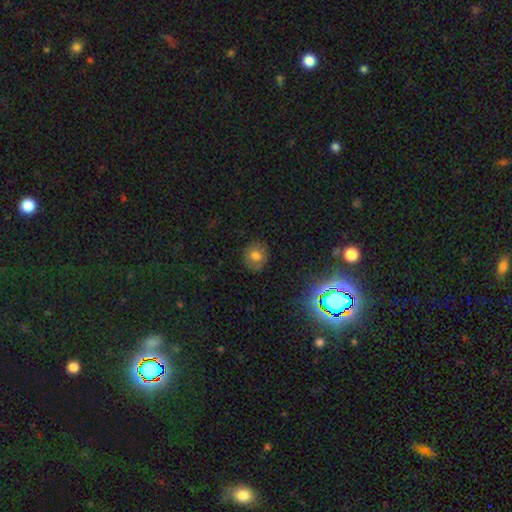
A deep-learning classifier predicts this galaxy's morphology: smooth 71%, star or artifact 15%, featured or disk 14%. Down the decision tree: how rounded — round (82%); merging — none (84%).